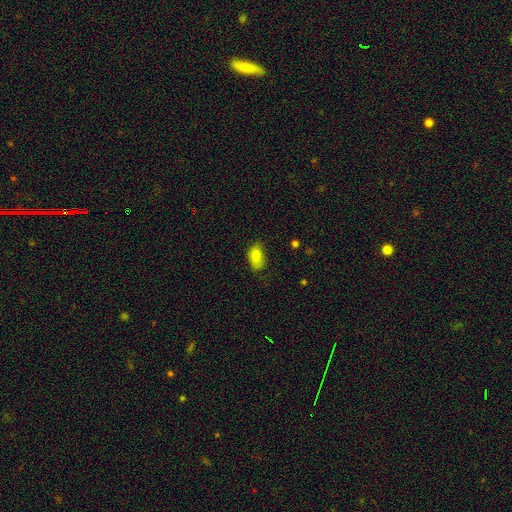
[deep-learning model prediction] Smooth or featured? Predicted: smooth (p=0.82). How rounded? Predicted: in between (p=0.90). Merging? Predicted: none (p=0.65).